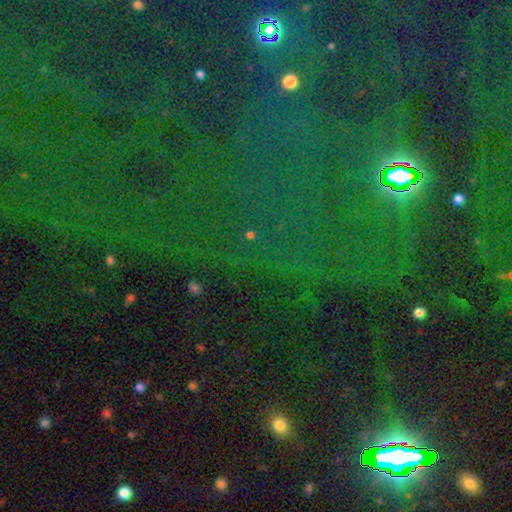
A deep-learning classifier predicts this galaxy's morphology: Smooth or featured?
  - star or artifact: 84% *
  - smooth: 9%
  - featured or disk: 7%